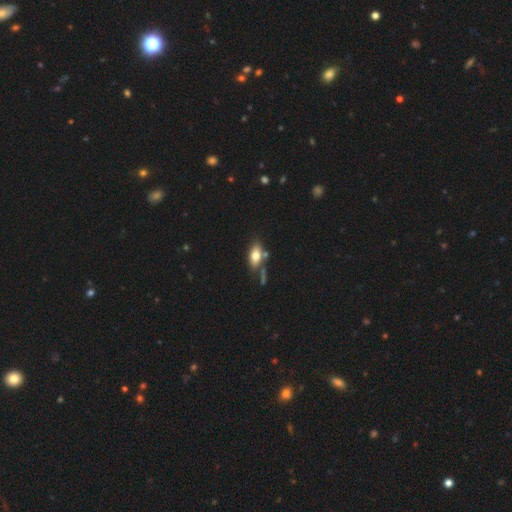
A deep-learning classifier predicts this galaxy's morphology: type=smooth (73%); roundness=in between (86%); merging=none (61%).